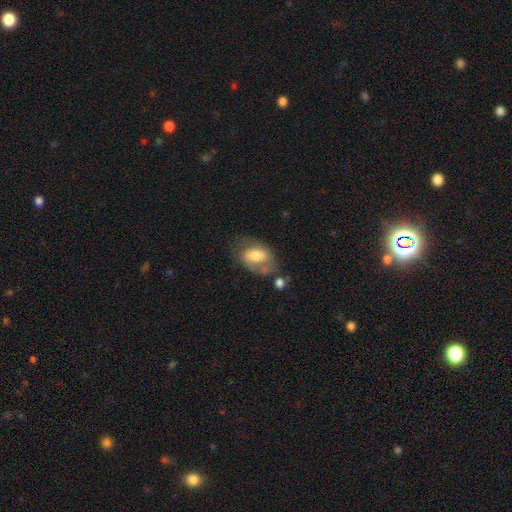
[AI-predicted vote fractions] This is possibly a smooth galaxy (51%). How rounded: clearly in between (84%). Merging: possibly none (46%).